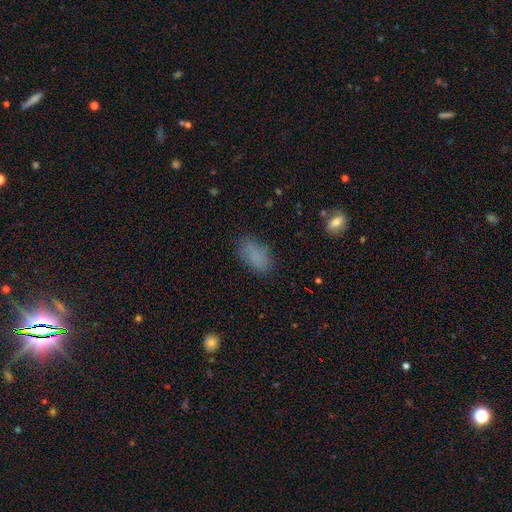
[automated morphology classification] This is clearly a smooth galaxy (81%). How rounded: clearly in between (92%). Merging: likely none (76%).